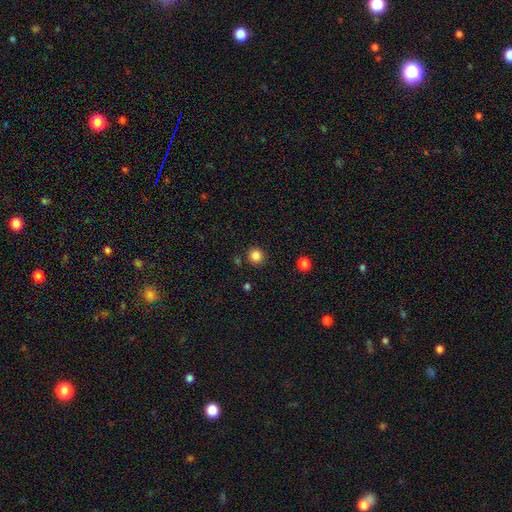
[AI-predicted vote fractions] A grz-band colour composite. It shows a smooth galaxy with no disk features (84%) that is round (94%). Merging: none (89%).